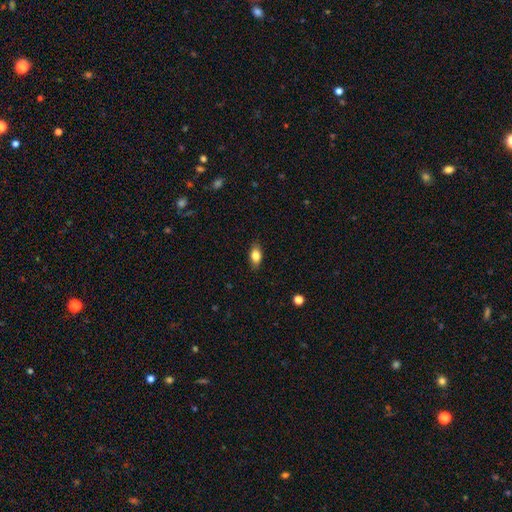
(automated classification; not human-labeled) Smooth or featured? Predicted: smooth (p=0.82). How rounded? Predicted: in between (p=0.86). Merging? Predicted: none (p=0.86).